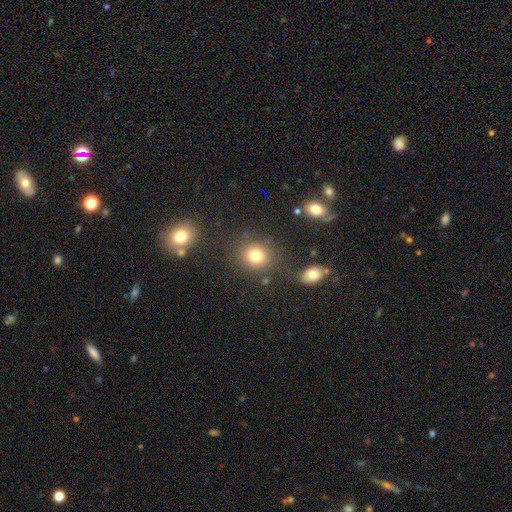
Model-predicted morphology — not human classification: Q: Smooth or featured?
A: smooth (78%); runner-up: star or artifact (14%)
Q: How rounded?
A: round (85%); runner-up: in between (14%)
Q: Merging?
A: none (82%); runner-up: minor disturbance (9%)